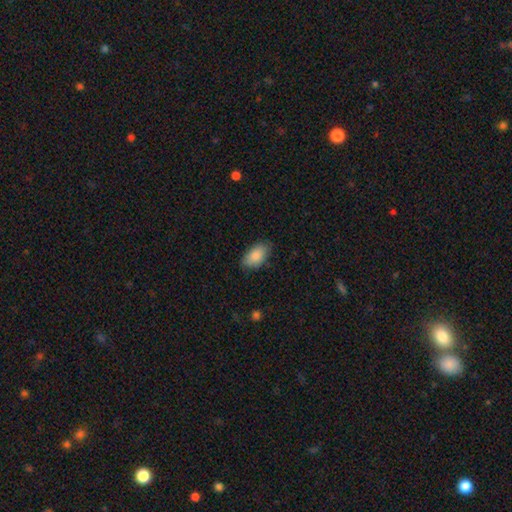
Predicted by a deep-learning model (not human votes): Morphology: type=smooth (85%); roundness=in between (94%); merging=none (81%).